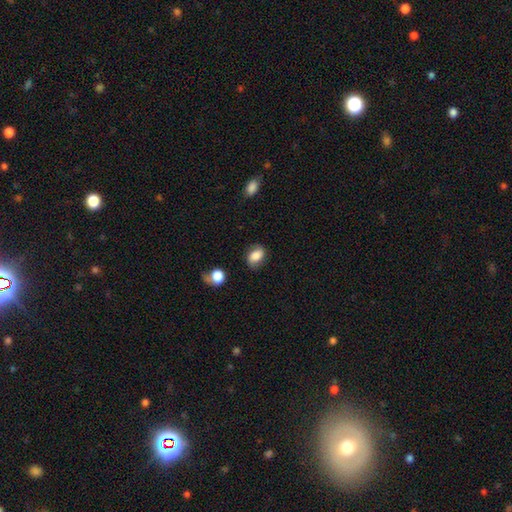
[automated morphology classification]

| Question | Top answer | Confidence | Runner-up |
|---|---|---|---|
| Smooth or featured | smooth | 77% | featured or disk (14%) |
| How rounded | in between | 76% | round (22%) |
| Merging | none | 72% | minor disturbance (19%) |